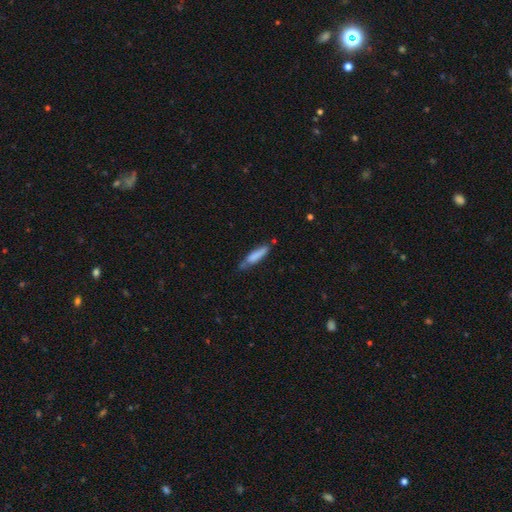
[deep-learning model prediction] The model was most divided on "merging": none: 60%, minor disturbance: 28%, merger: 6%, major disturbance: 6%. More confident: how rounded — cigar-shaped (80%); smooth or featured — smooth (78%).